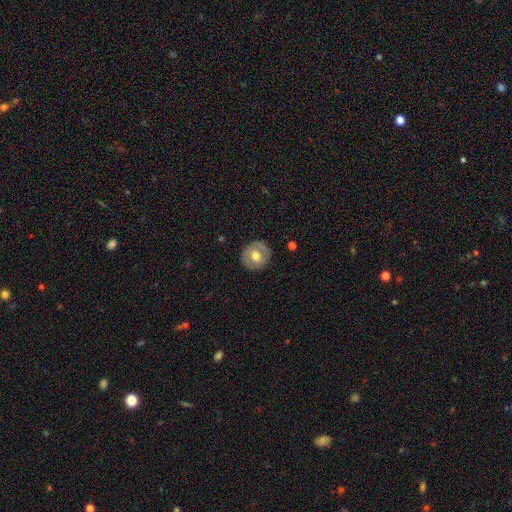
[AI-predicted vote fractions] Q: Smooth or featured?
A: smooth (56%); runner-up: featured or disk (38%)
Q: How rounded?
A: round (87%); runner-up: in between (12%)
Q: Merging?
A: none (86%); runner-up: minor disturbance (10%)